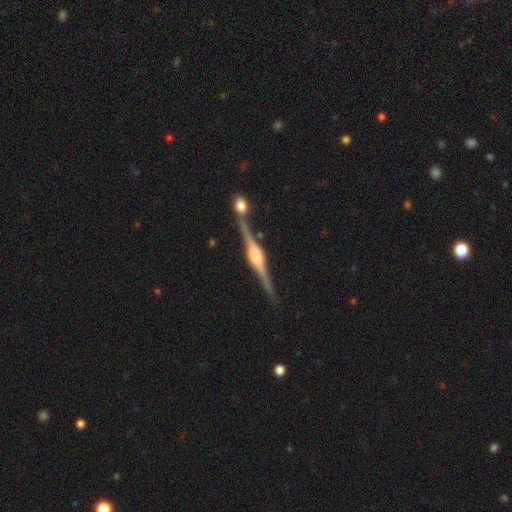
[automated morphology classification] A featured or disk galaxy (89%) viewed edge-on (98%) with a rounded central bulge (68%). Merging: none (75%).